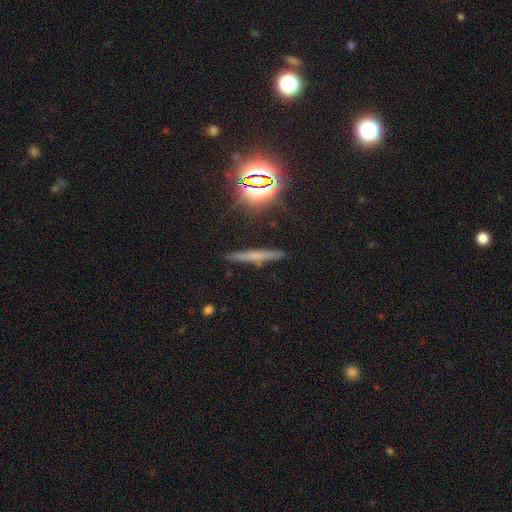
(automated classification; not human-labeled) Smooth or featured? smooth (45%)
Merging? none (87%)